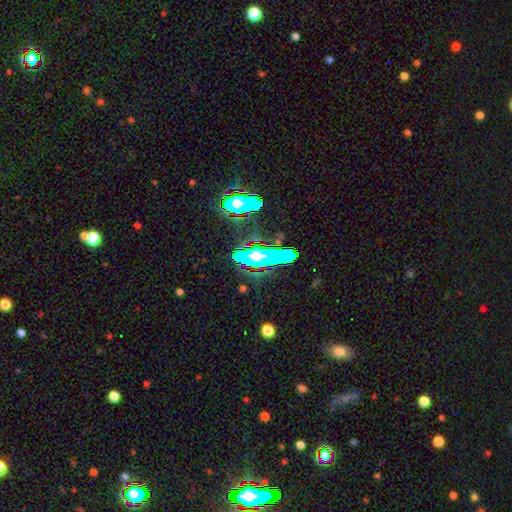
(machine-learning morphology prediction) type=star or artifact (45%).